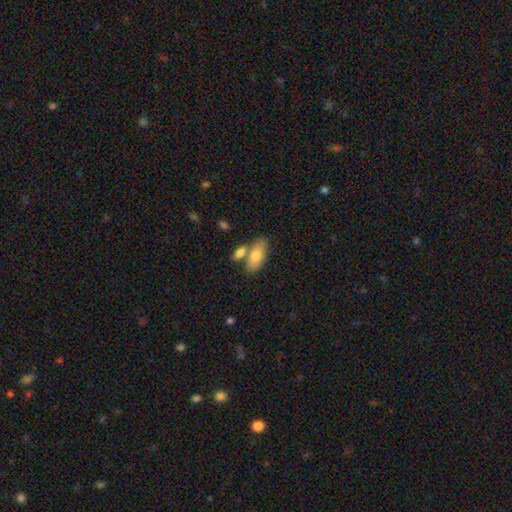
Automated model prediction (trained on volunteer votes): smooth 77%, featured or disk 18%, star or artifact 6%. Down the decision tree: how rounded — in between (85%); merging — none (57%).